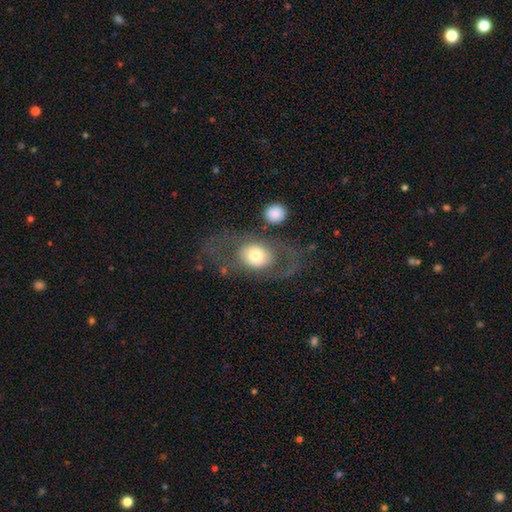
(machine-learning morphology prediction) A smooth galaxy with no disk features (55%) that is in between round and cigar-shaped (63%).

Vote fractions:
- Smooth or featured? smooth: 55% / featured or disk: 38% / star or artifact: 7%
- How rounded? in between: 63% / round: 36% / cigar-shaped: 2%
- Merging? none: 58% / major disturbance: 22% / minor disturbance: 14% / merger: 5%